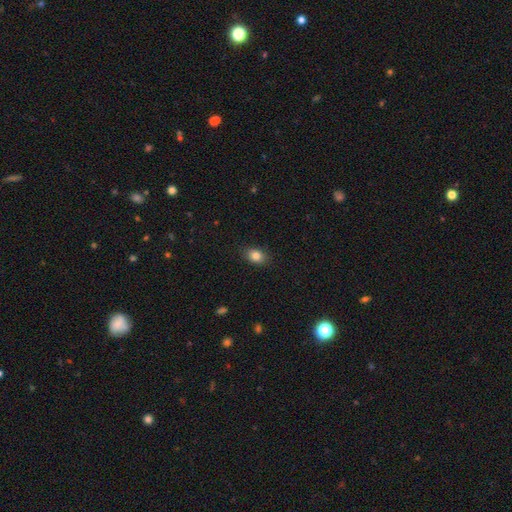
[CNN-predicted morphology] smooth 85%, star or artifact 9%, featured or disk 6%. Down the decision tree: how rounded — in between (73%); merging — none (87%).